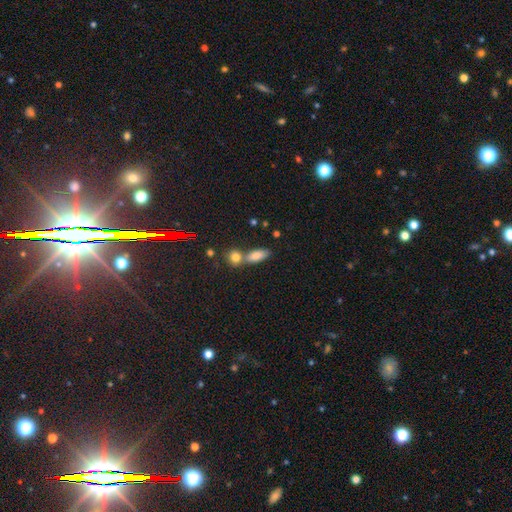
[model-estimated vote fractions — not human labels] Q: Smooth or featured?
A: smooth (72%); runner-up: star or artifact (17%)
Q: How rounded?
A: in between (75%); runner-up: cigar-shaped (15%)
Q: Merging?
A: none (49%); runner-up: merger (38%)